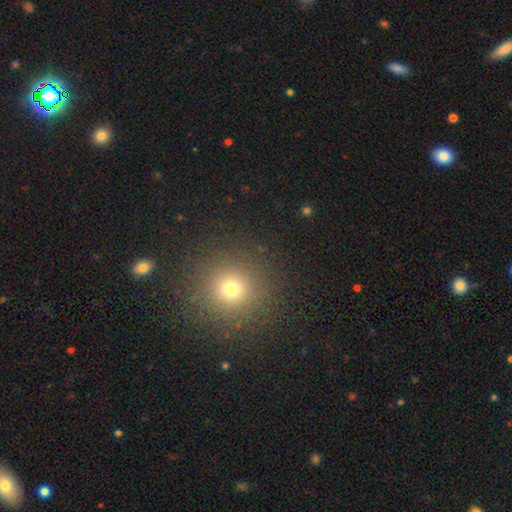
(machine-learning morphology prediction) The model was most divided on "smooth or featured": smooth: 66%, star or artifact: 27%, featured or disk: 7%. More confident: how rounded — round (95%); merging — none (91%).